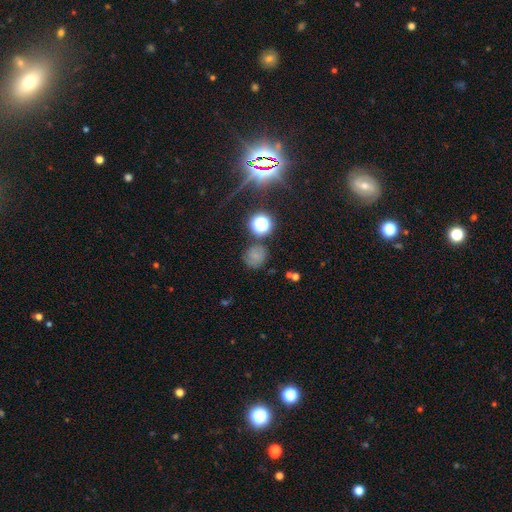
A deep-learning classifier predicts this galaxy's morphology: type=smooth (60%); roundness=round (84%); merging=none (71%).